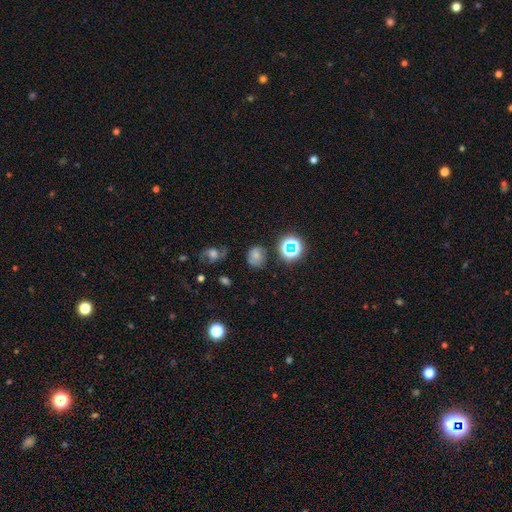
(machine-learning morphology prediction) Overall: smooth (58%; star or artifact 24%). How rounded: round (66%; in between 33%). Merging: none (65%).